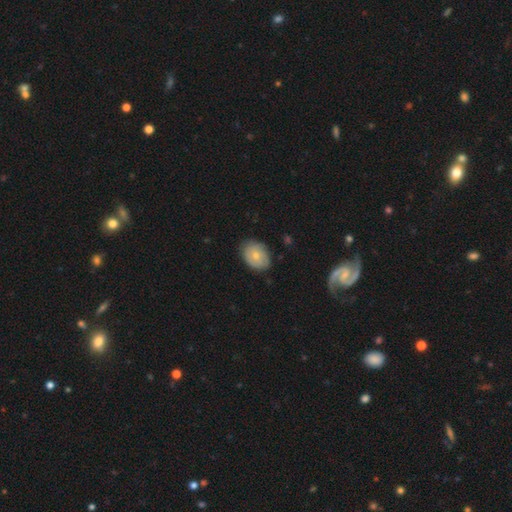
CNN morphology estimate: smooth 56%, featured or disk 38%, star or artifact 6%. Down the decision tree: how rounded — in between (67%); merging — none (75%).